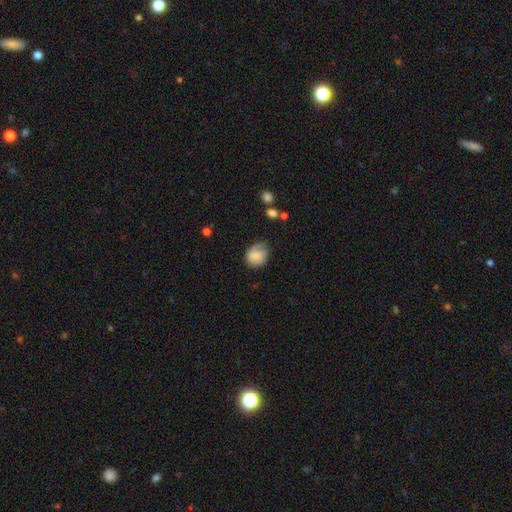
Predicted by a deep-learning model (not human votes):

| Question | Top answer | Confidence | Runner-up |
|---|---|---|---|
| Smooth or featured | smooth | 68% | featured or disk (24%) |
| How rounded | round | 53% | in between (46%) |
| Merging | none | 53% | minor disturbance (32%) |